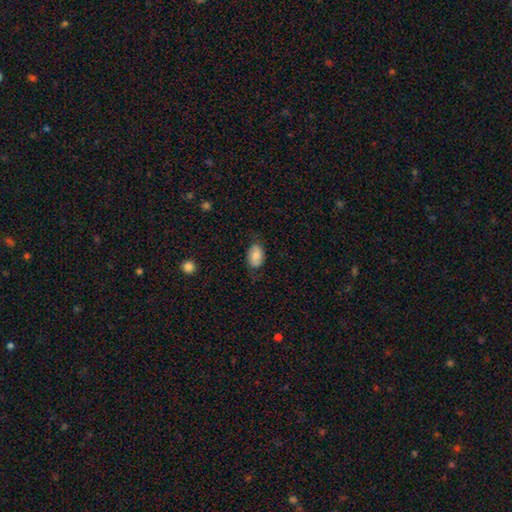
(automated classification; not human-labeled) smooth 78%, featured or disk 15%, star or artifact 7%. Down the decision tree: how rounded — in between (90%); merging — none (71%).